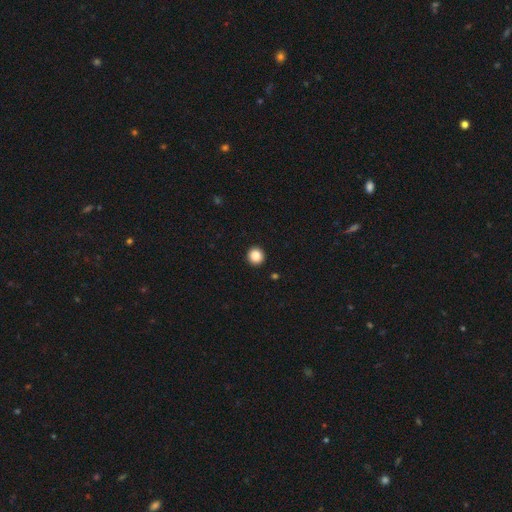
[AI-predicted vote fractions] A smooth galaxy with no disk features (87%) that is round (94%).

Vote fractions:
- Smooth or featured? smooth: 87% / star or artifact: 10% / featured or disk: 3%
- How rounded? round: 94% / in between: 5% / cigar-shaped: 1%
- Merging? none: 93% / minor disturbance: 4% / major disturbance: 1% / merger: 1%